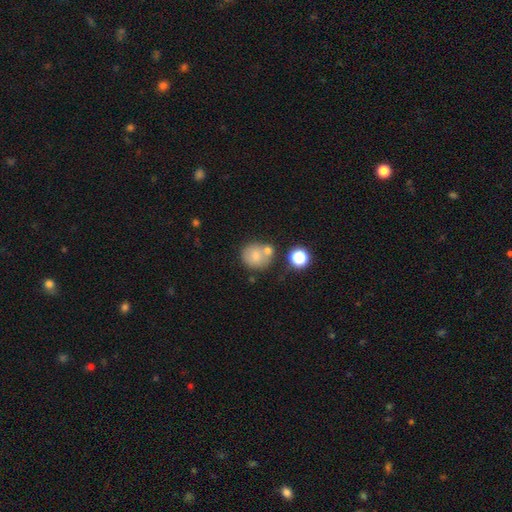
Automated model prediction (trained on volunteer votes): Smooth or featured? Predicted: smooth (p=0.73). How rounded? Predicted: round (p=0.87). Merging? Predicted: none (p=0.54).